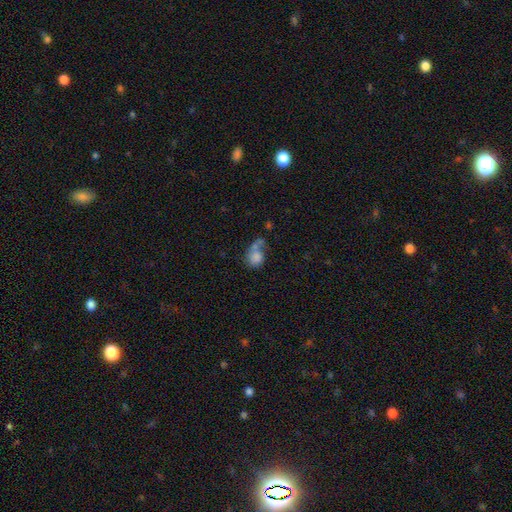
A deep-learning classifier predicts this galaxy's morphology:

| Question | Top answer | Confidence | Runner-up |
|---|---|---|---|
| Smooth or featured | smooth | 74% | featured or disk (16%) |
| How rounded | round | 55% | in between (43%) |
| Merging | merger | 41% | none (25%) |